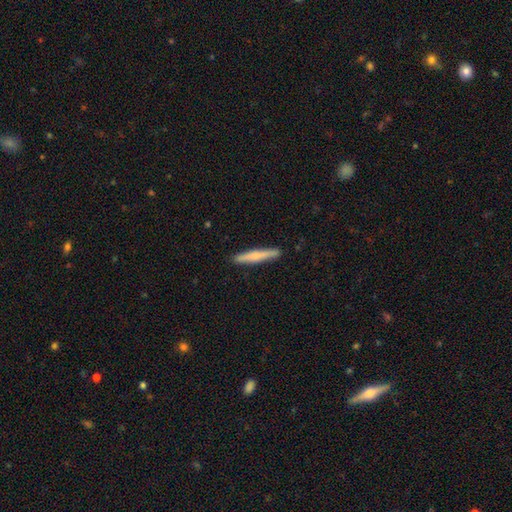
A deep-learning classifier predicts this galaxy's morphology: type=smooth (63%); roundness=cigar-shaped (95%); merging=none (90%).